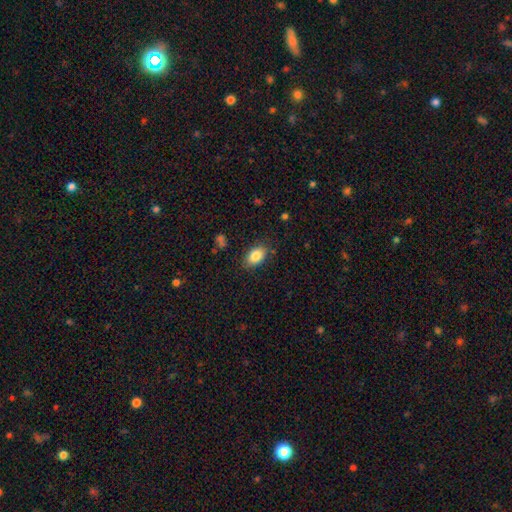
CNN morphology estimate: Smooth or featured?
  - smooth: 83% *
  - featured or disk: 9%
  - star or artifact: 8%
How rounded?
  - in between: 89% *
  - round: 10%
  - cigar-shaped: 2%
Merging?
  - none: 83% *
  - minor disturbance: 13%
  - major disturbance: 3%
  - merger: 2%